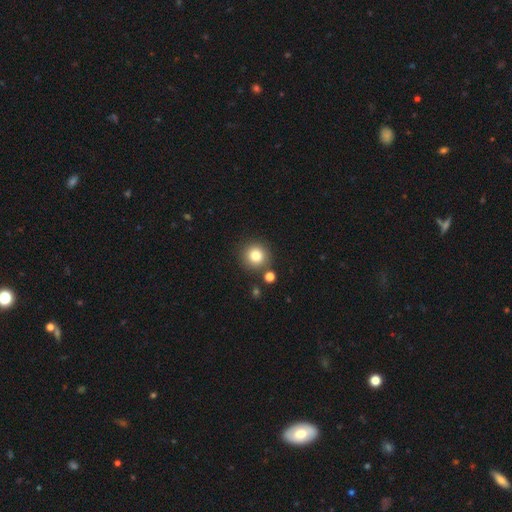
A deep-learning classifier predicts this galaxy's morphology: smooth-or-featured: smooth: 81% | star or artifact: 12% | featured or disk: 7%
  how-rounded: round: 92% | in between: 7% | cigar-shaped: 1%
  merging: none: 81% | minor disturbance: 8% | merger: 8% | major disturbance: 3%